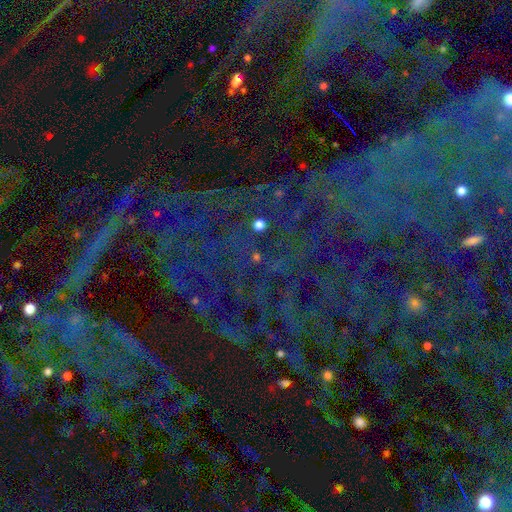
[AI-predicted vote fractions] This appears to be a star or artifact, not a galaxy (86%).